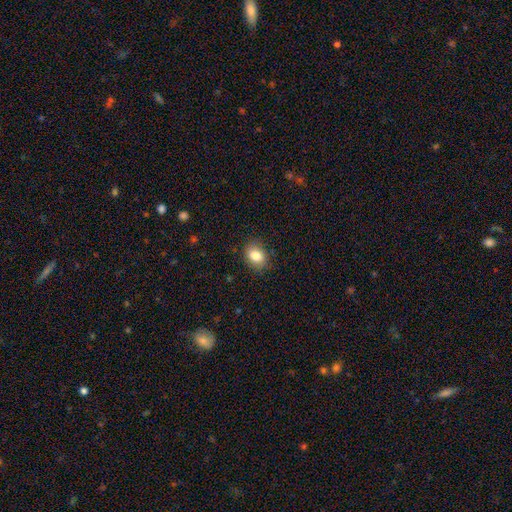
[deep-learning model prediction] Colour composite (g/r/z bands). It shows a smooth galaxy with no disk features (84%) that is in between round and cigar-shaped (67%). Merging: none (85%).